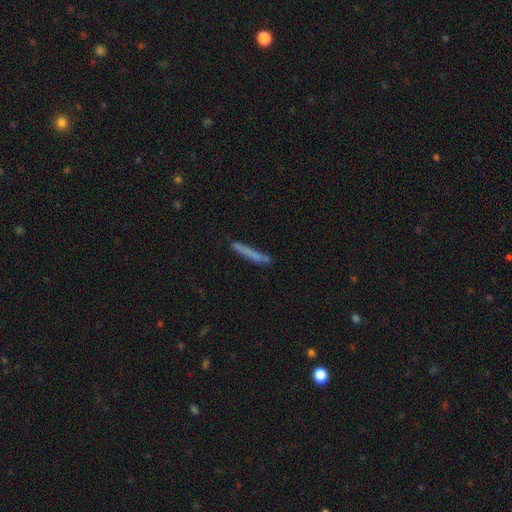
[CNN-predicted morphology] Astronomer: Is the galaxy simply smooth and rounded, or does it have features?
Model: smooth — 66%.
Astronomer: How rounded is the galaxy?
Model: cigar-shaped — 96%.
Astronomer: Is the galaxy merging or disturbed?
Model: none — 75%.